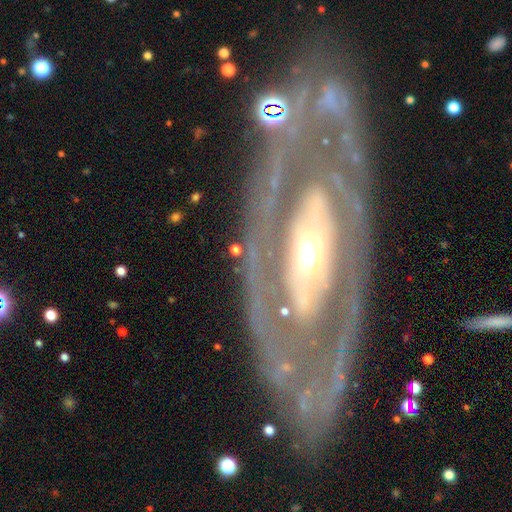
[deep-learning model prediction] This appears to be a featured or disk galaxy (85%) with no bar (47%), 2 (55%) tight (55%) spiral arms (66%) and a moderate central bulge (60%). Merging: none (66%).